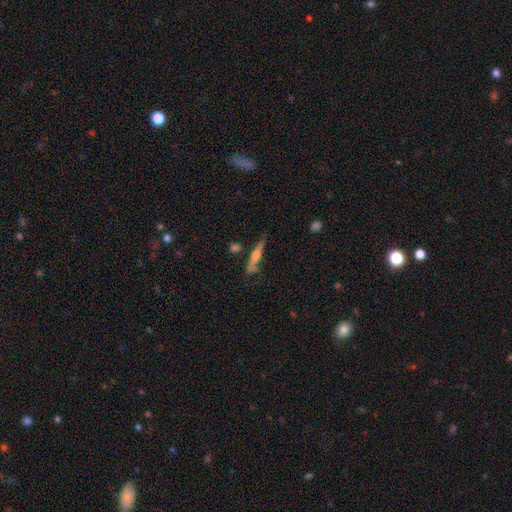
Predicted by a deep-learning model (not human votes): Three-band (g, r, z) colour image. It shows a smooth galaxy with no disk features (47%). Merging: none (64%).